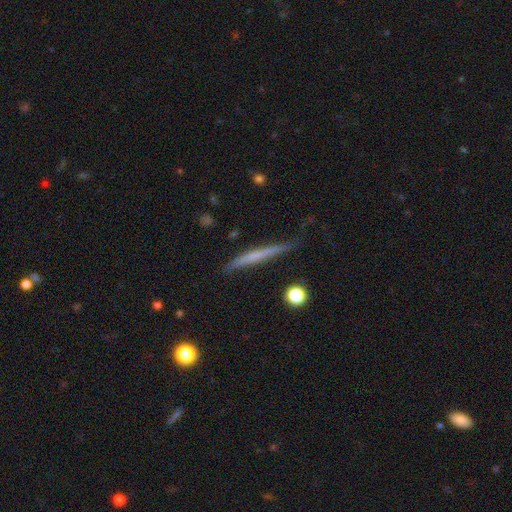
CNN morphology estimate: This appears to be a featured or disk galaxy (50%). Merging: none (78%).